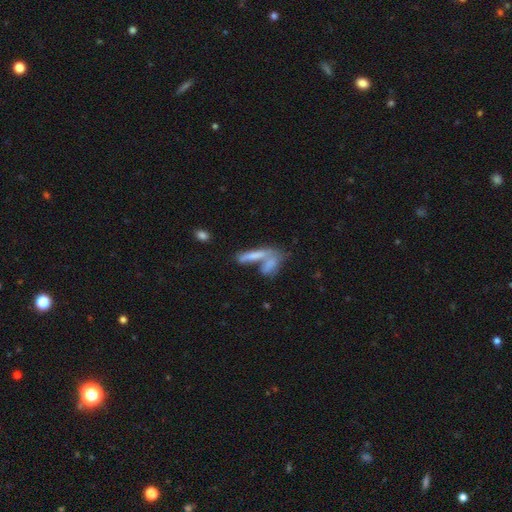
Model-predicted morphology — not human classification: smooth_or_featured: smooth (p=0.64) [alt: featured or disk p=0.26]
how_rounded: cigar-shaped (p=0.65) [alt: in between p=0.31]
merging: merger (p=0.51) [alt: none p=0.34]